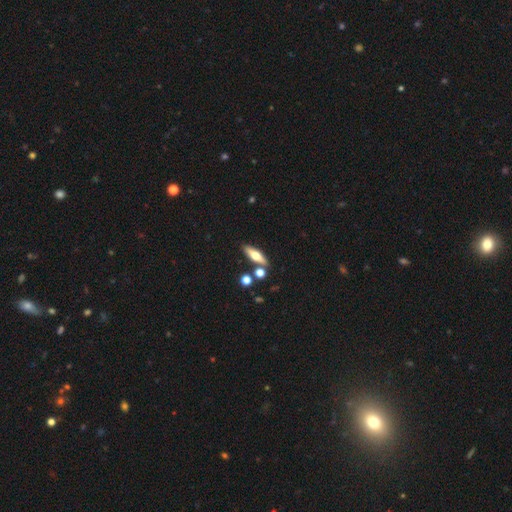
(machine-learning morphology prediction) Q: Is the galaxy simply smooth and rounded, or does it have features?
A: smooth — 48%.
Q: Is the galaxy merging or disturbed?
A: none — 78%.